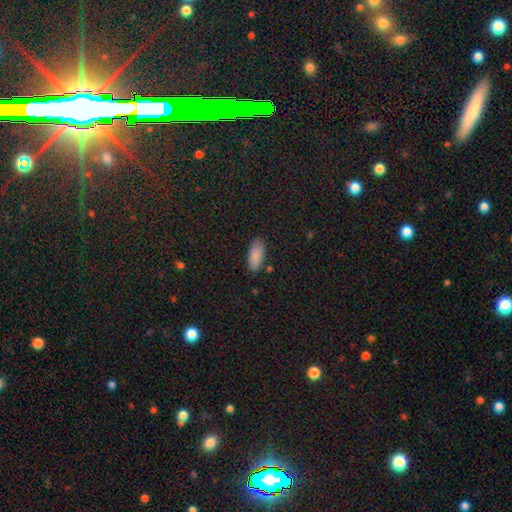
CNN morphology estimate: Smooth or featured: smooth — 87% (star or artifact — 7%)
How rounded: in between — 87% (cigar-shaped — 11%)
Merging: none — 82% (minor disturbance — 13%)